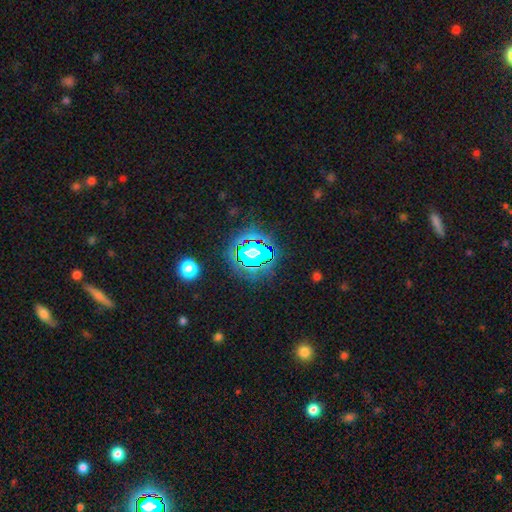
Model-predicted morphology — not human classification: type=star or artifact (77%).